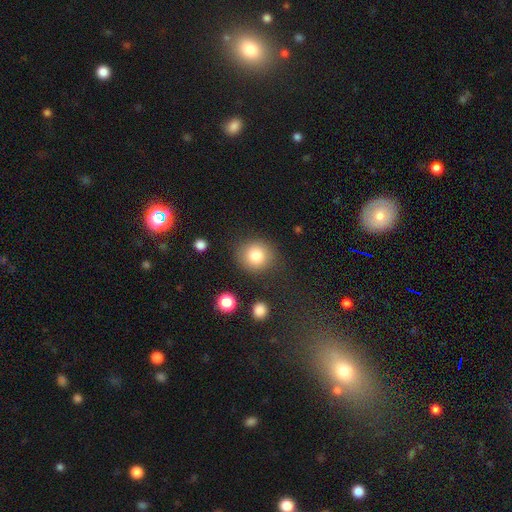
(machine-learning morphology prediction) The model was most divided on "smooth or featured": smooth: 82%, star or artifact: 9%, featured or disk: 9%. More confident: how rounded — round (86%); merging — none (84%).